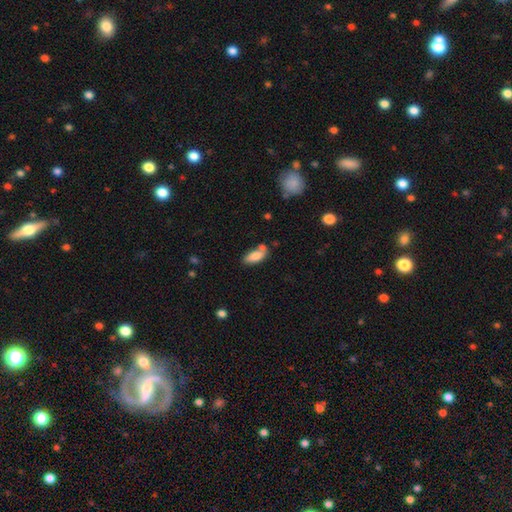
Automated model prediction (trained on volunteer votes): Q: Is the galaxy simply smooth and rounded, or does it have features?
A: smooth — 84%.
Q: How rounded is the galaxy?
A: in between — 83%.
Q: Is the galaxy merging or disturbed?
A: none — 58%.